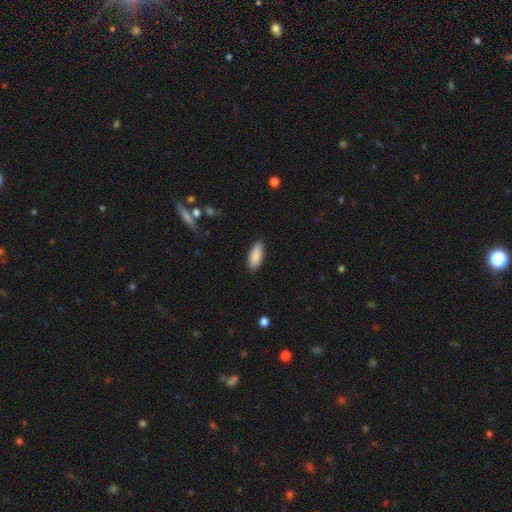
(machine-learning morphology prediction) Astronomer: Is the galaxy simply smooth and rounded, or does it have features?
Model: smooth — 89%.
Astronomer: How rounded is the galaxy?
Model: in between — 78%.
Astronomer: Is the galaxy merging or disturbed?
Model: none — 88%.